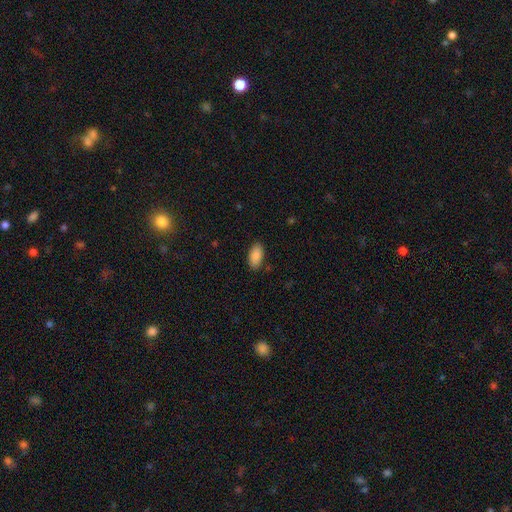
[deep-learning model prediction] This appears to be a smooth galaxy with no disk features (90%) that is in between round and cigar-shaped (94%). Merging: none (87%).